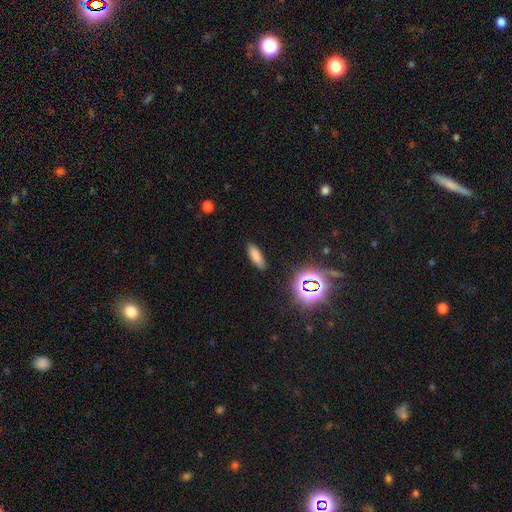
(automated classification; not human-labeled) Smooth or featured? Predicted: smooth (p=0.78). How rounded? Predicted: in between (p=0.56). Merging? Predicted: none (p=0.87).